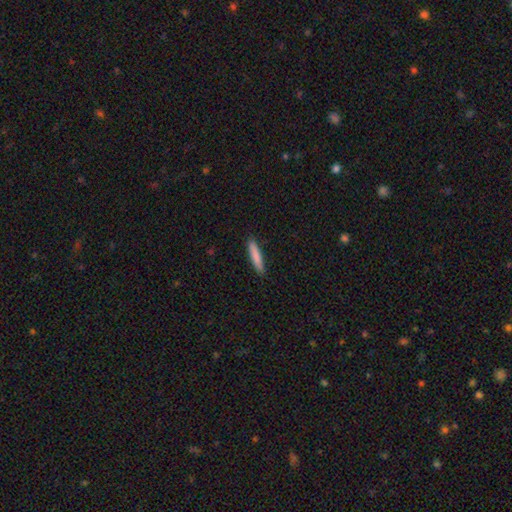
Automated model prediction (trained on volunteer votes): Q: Smooth or featured?
A: smooth (84%); runner-up: featured or disk (11%)
Q: How rounded?
A: cigar-shaped (89%); runner-up: in between (10%)
Q: Merging?
A: none (89%); runner-up: minor disturbance (8%)